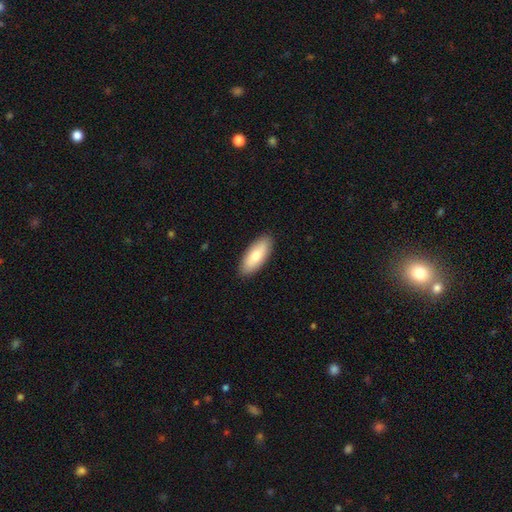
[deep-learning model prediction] A smooth galaxy with no disk features (77%) that is in between round and cigar-shaped (79%). Merging: none (89%).